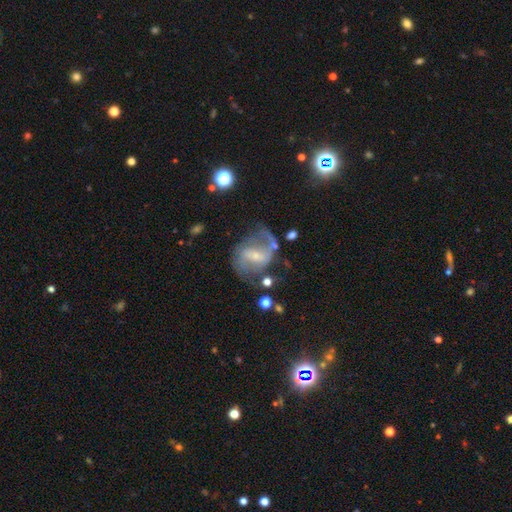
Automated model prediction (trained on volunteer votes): Morphology: type=featured or disk (80%); edge-on=no (97%); bar=weak (47%); spiral arms=yes (91%); winding=medium (48%); arm count=2 (85%); bulge=small (63%); merging=none (58%).